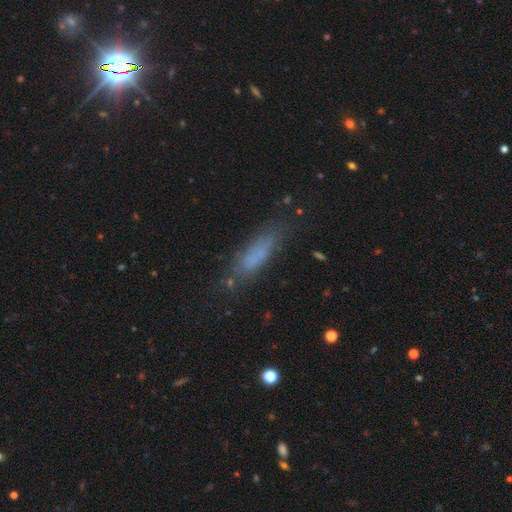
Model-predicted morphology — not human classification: A smooth galaxy with no disk features (69%) that is cigar-shaped (65%). Merging: none (71%).